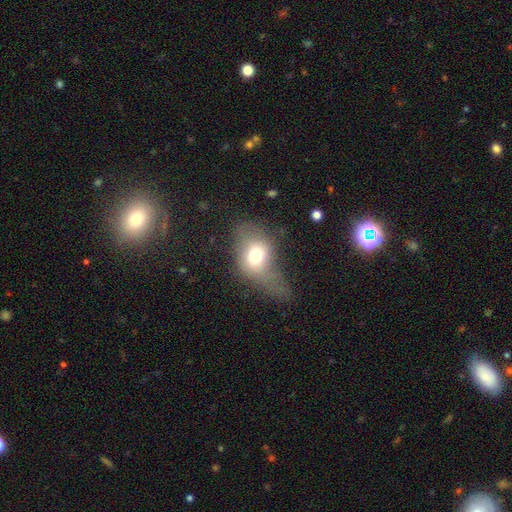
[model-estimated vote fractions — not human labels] smooth_or_featured: smooth (p=0.69) [alt: featured or disk p=0.20]
how_rounded: in between (p=0.68) [alt: round p=0.30]
merging: major disturbance (p=0.40) [alt: minor disturbance p=0.29]